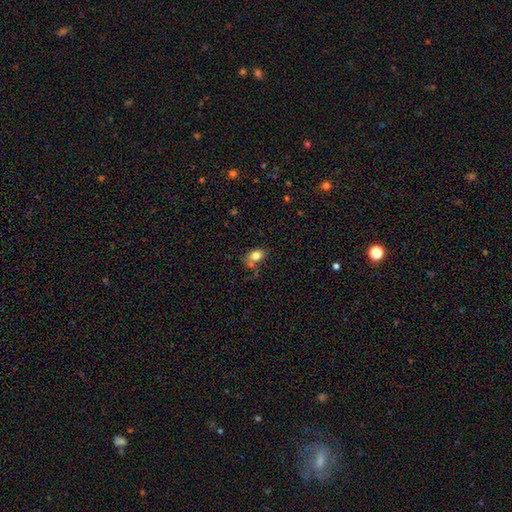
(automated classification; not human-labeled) The model was most divided on "merging": none: 58%, minor disturbance: 22%, merger: 12%, major disturbance: 8%. More confident: smooth or featured — smooth (80%); how rounded — in between (75%).